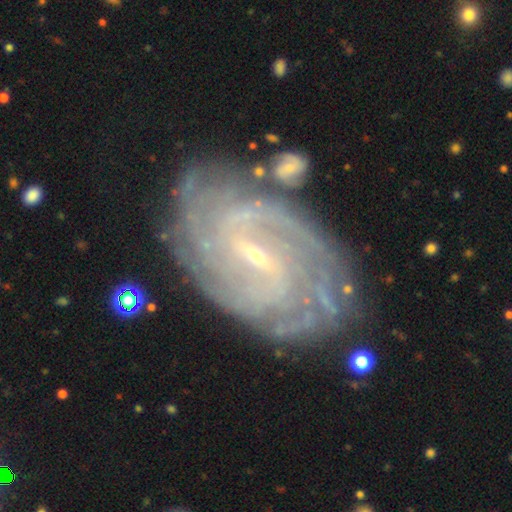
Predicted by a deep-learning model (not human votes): This appears to be a featured or disk galaxy (90%) with a weak bar (52%), tight (74%) spiral arms (97%) and a small central bulge (84%). Merging: none (79%).